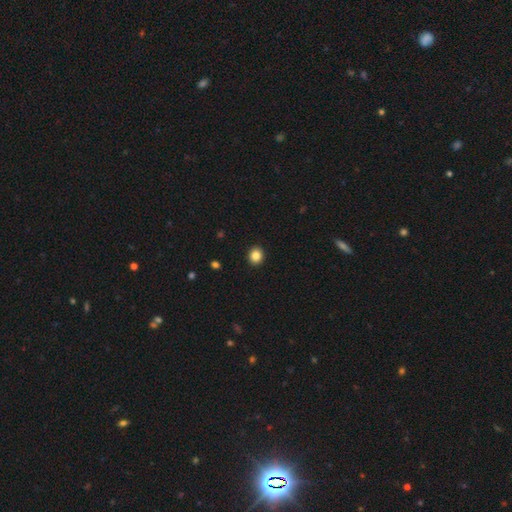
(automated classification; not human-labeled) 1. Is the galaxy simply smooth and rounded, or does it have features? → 86% smooth, 10% star or artifact, 4% featured or disk.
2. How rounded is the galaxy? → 79% round, 20% in between, 1% cigar-shaped.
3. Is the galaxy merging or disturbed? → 93% none, 5% minor disturbance, 2% major disturbance, 1% merger.